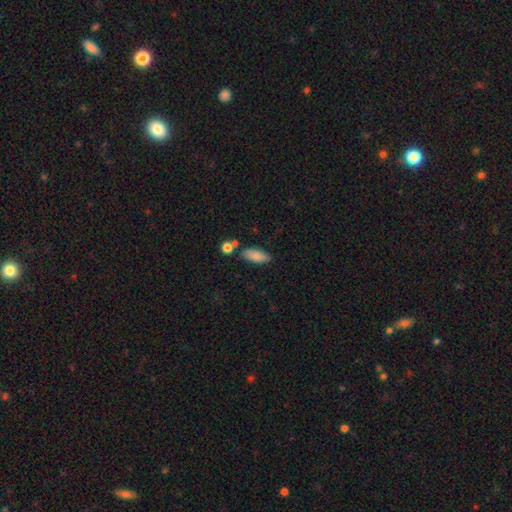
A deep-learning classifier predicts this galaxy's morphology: type=smooth (85%); roundness=in between (81%); merging=none (74%).